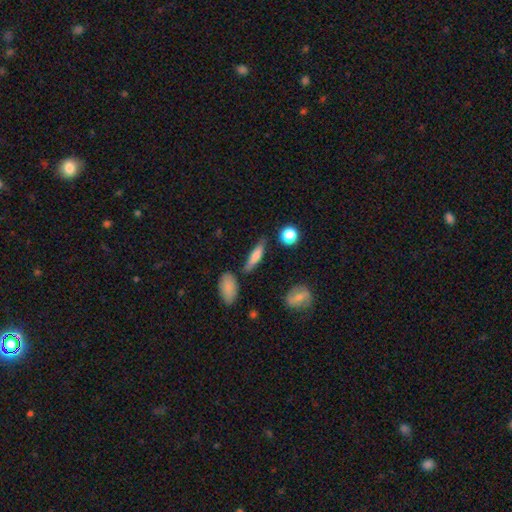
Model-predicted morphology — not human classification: smooth 62%, featured or disk 30%, star or artifact 8%. Down the decision tree: how rounded — cigar-shaped (70%); merging — none (76%).